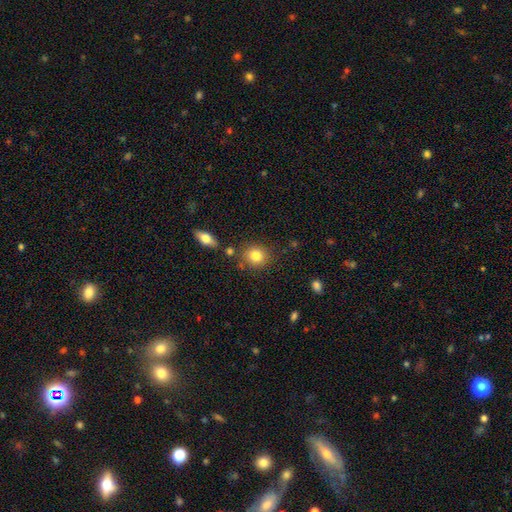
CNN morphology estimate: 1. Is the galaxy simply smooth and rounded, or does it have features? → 82% smooth, 9% star or artifact, 8% featured or disk.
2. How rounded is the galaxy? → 78% round, 21% in between, 1% cigar-shaped.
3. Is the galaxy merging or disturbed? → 79% none, 11% minor disturbance, 7% merger, 3% major disturbance.